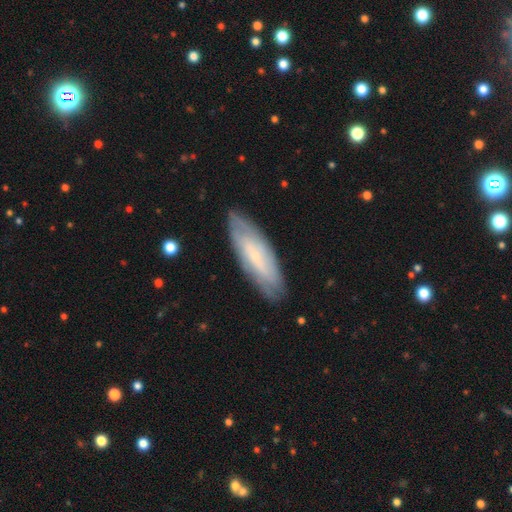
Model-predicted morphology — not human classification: Smooth or featured: featured or disk — 57% (smooth — 37%)
Edge-on disk: no — 74% (yes — 26%)
Merging: none — 82% (minor disturbance — 14%)